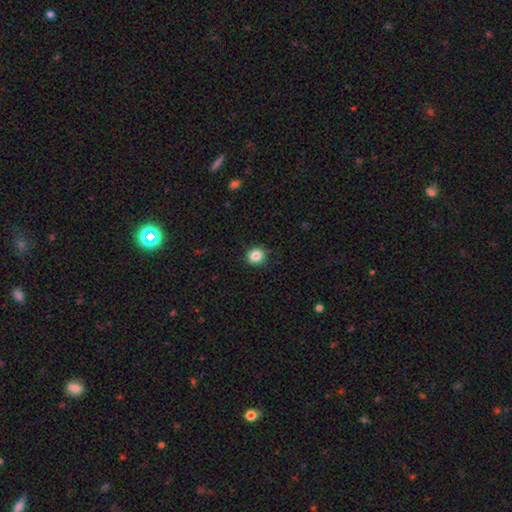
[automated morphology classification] This is clearly a smooth galaxy (85%). How rounded: clearly round (84%). Merging: clearly none (83%).